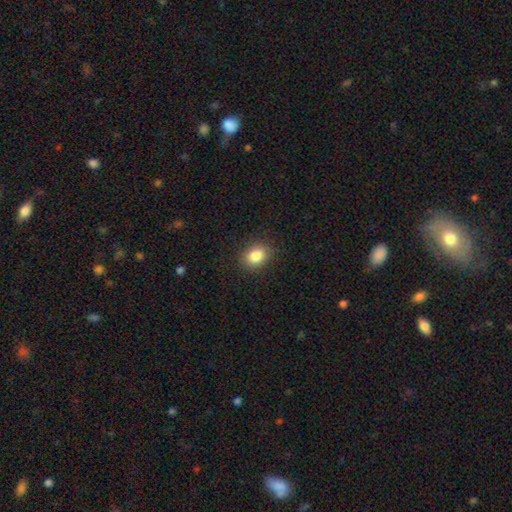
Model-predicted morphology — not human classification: A smooth galaxy with no disk features (84%) that is in between round and cigar-shaped (55%).

Vote fractions:
- Smooth or featured? smooth: 84% / star or artifact: 10% / featured or disk: 6%
- How rounded? in between: 55% / round: 44% / cigar-shaped: 1%
- Merging? none: 88% / minor disturbance: 8% / major disturbance: 2% / merger: 1%